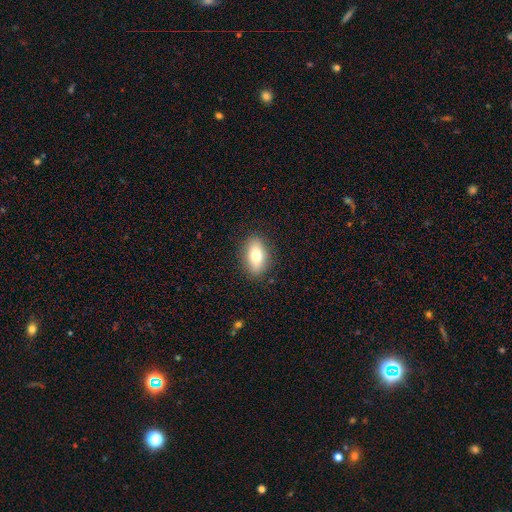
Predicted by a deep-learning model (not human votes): Smooth or featured?
  - smooth: 76% *
  - featured or disk: 16%
  - star or artifact: 8%
How rounded?
  - in between: 87% *
  - round: 9%
  - cigar-shaped: 5%
Merging?
  - none: 87% *
  - minor disturbance: 9%
  - major disturbance: 3%
  - merger: 1%